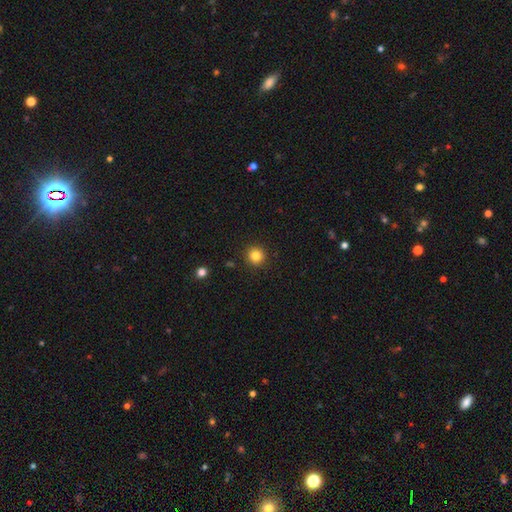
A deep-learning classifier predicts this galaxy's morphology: smooth_or_featured: smooth (p=0.83) [alt: star or artifact p=0.11]
how_rounded: round (p=0.95) [alt: in between p=0.04]
merging: none (p=0.92) [alt: minor disturbance p=0.05]